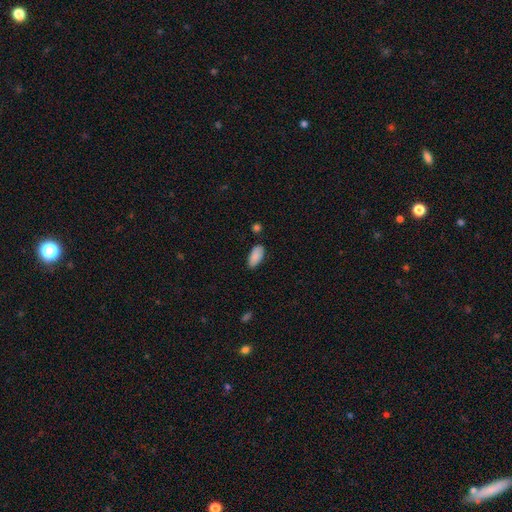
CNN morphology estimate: The model was most divided on "merging": none: 79%, minor disturbance: 15%, major disturbance: 3%, merger: 3%. More confident: how rounded — in between (90%); smooth or featured — smooth (88%).